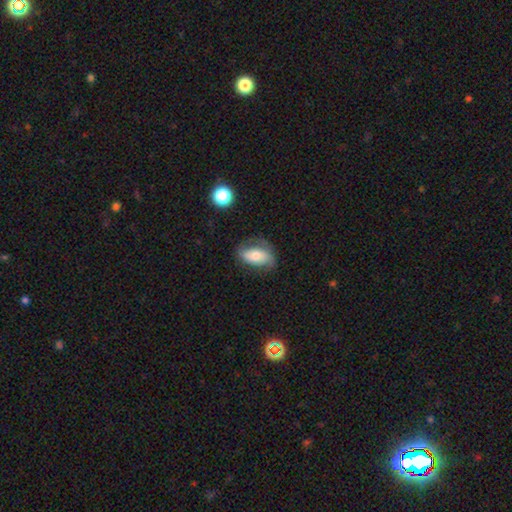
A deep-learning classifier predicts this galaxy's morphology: Smooth or featured: smooth — 57% (featured or disk — 36%)
How rounded: in between — 88% (round — 8%)
Merging: none — 61% (minor disturbance — 25%)